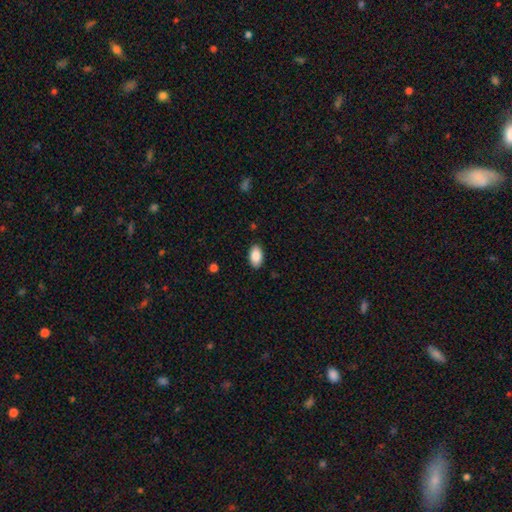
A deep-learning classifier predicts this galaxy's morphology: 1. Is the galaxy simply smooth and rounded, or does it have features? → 87% smooth, 7% star or artifact, 6% featured or disk.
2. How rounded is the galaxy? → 94% in between, 4% round, 2% cigar-shaped.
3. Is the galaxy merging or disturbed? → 88% none, 9% minor disturbance, 2% major disturbance, 1% merger.